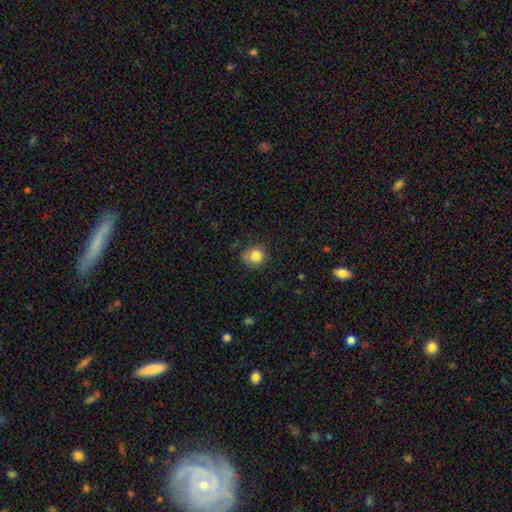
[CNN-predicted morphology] Smooth or featured? smooth (83%)
How rounded? round (86%)
Merging? none (76%)